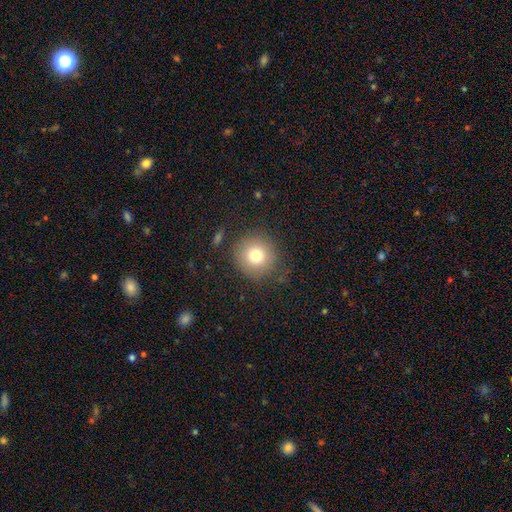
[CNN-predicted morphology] A smooth galaxy with no disk features (75%) that is round (93%). Merging: none (82%).